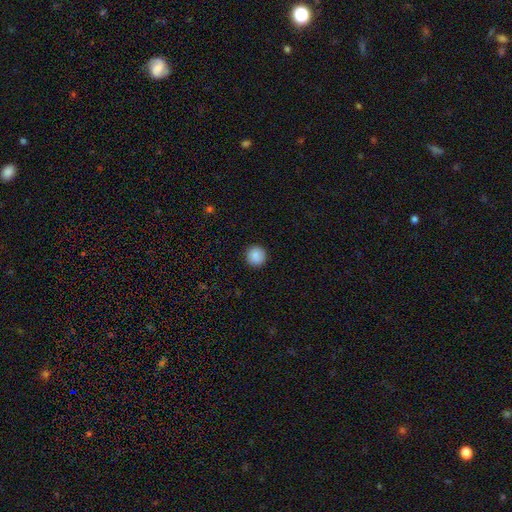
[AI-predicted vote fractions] Smooth or featured?
  - smooth: 89% *
  - star or artifact: 8%
  - featured or disk: 3%
How rounded?
  - round: 95% *
  - in between: 4%
  - cigar-shaped: 1%
Merging?
  - none: 93% *
  - minor disturbance: 5%
  - major disturbance: 2%
  - merger: 1%